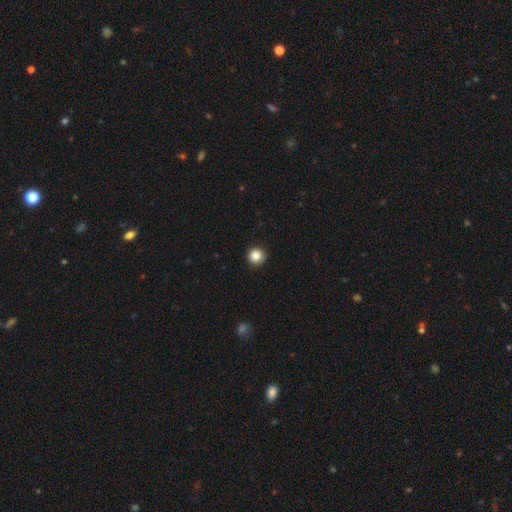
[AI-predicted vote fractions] Smooth or featured? smooth (85%)
How rounded? round (95%)
Merging? none (91%)